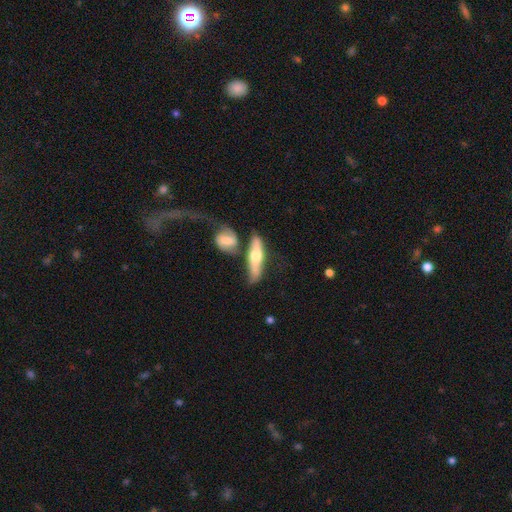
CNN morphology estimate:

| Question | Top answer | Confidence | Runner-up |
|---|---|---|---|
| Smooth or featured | featured or disk | 48% | smooth (46%) |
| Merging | none | 51% | merger (23%) |